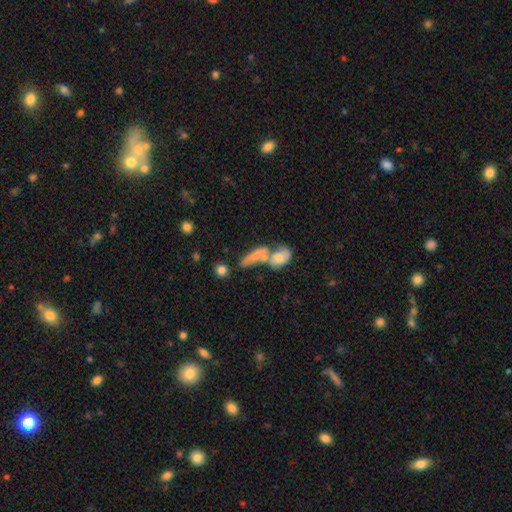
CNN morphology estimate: The model was most divided on "how rounded": cigar-shaped: 46%, in between: 45%, round: 10%. Remaining: smooth or featured — smooth (65%); merging — merger (48%).